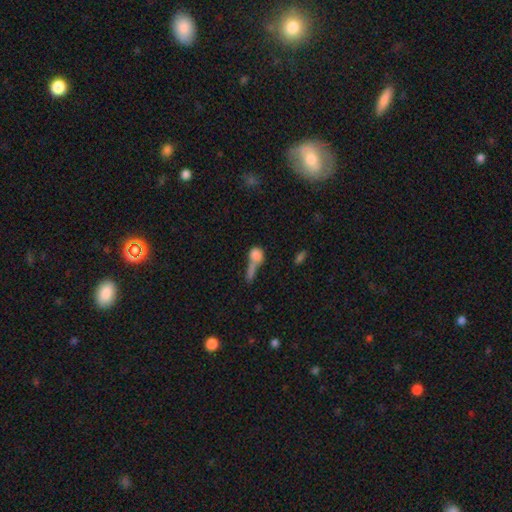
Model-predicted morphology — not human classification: This is likely a smooth galaxy (73%). How rounded: possibly round (52%). Merging: possibly merger (46%).